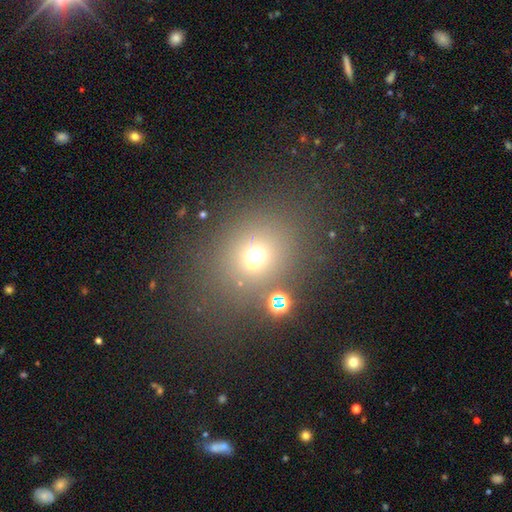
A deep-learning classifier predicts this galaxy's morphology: Smooth or featured? smooth (62%)
How rounded? round (74%)
Merging? none (63%)